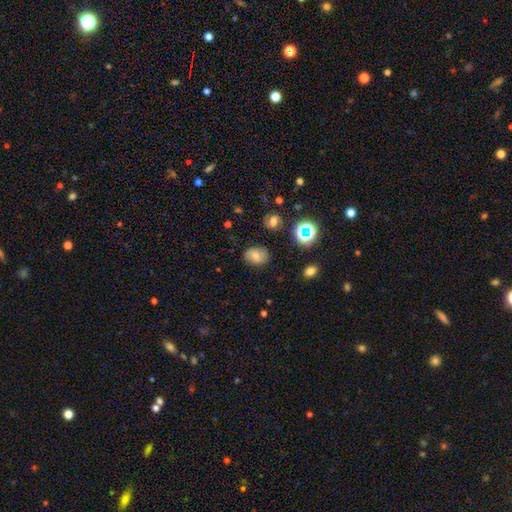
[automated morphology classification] smooth_or_featured: smooth (p=0.68) [alt: star or artifact p=0.16]
how_rounded: in between (p=0.68) [alt: round p=0.31]
merging: none (p=0.79) [alt: minor disturbance p=0.15]